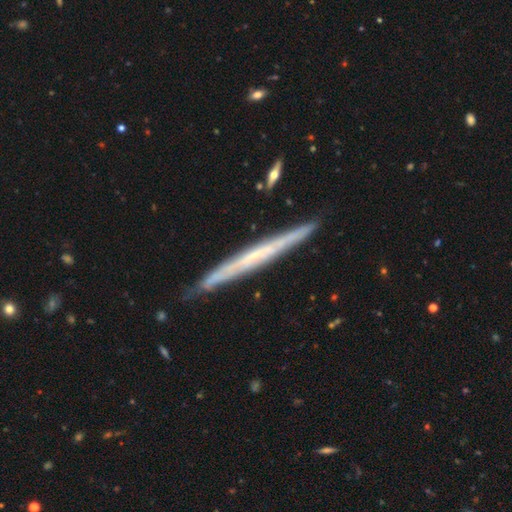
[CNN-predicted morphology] Smooth or featured? Predicted: featured or disk (p=0.63). Edge-on disk? Predicted: yes (p=0.96). Edge-on bulge? Predicted: none (p=0.84). Merging? Predicted: none (p=0.87).